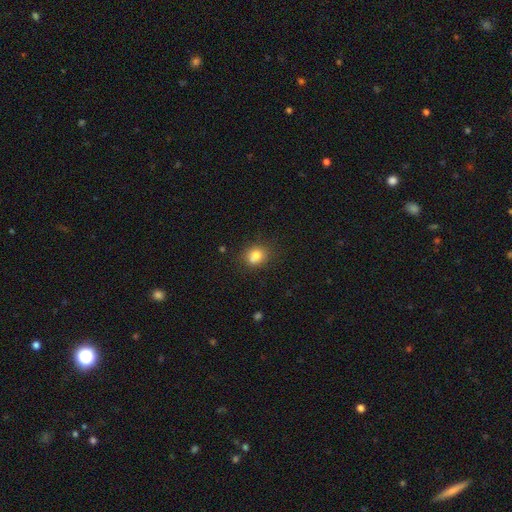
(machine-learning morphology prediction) Smooth or featured? smooth (77%)
How rounded? round (67%)
Merging? none (62%)